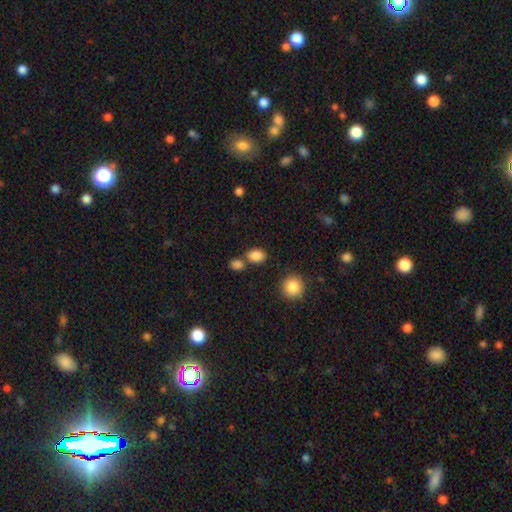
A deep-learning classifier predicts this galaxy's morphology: A smooth galaxy with no disk features (86%) that is in between round and cigar-shaped (75%).

Vote fractions:
- Smooth or featured? smooth: 86% / star or artifact: 10% / featured or disk: 4%
- How rounded? in between: 75% / round: 24% / cigar-shaped: 1%
- Merging? none: 63% / merger: 22% / minor disturbance: 11% / major disturbance: 4%